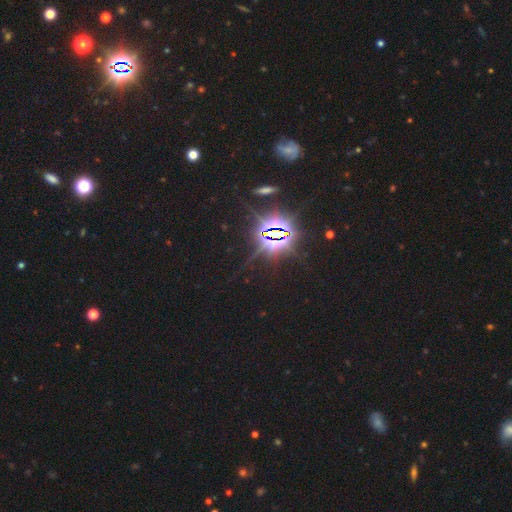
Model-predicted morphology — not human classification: A star or artifact, not a galaxy (84%).

Vote fractions:
- Smooth or featured? star or artifact: 84% / smooth: 10% / featured or disk: 6%